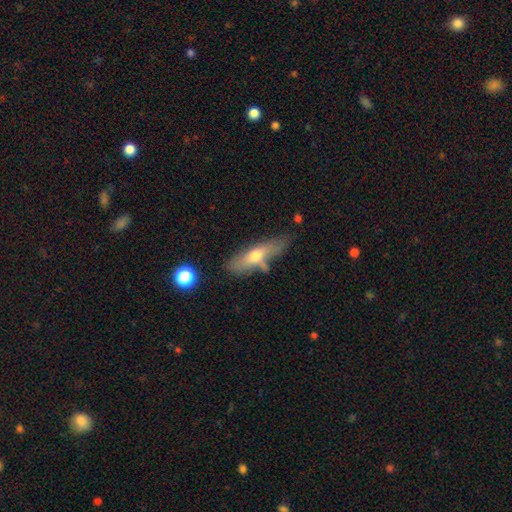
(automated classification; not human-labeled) The model was most divided on "smooth or featured": smooth: 54%, featured or disk: 39%, star or artifact: 7%. More confident: how rounded — cigar-shaped (60%); merging — none (56%).